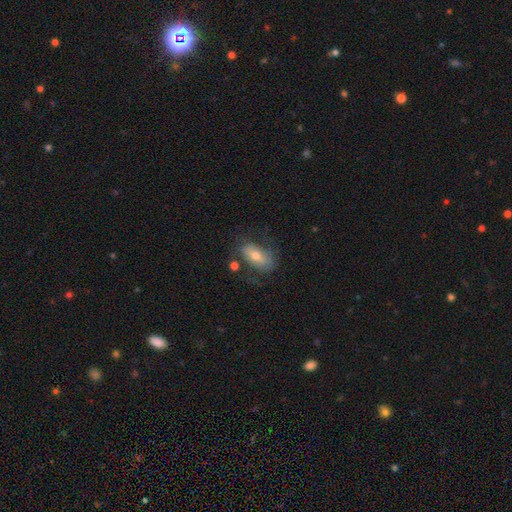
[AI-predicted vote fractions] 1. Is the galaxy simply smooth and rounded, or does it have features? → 47% smooth, 41% featured or disk, 11% star or artifact.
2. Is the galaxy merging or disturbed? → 63% none, 20% minor disturbance, 12% major disturbance, 5% merger.